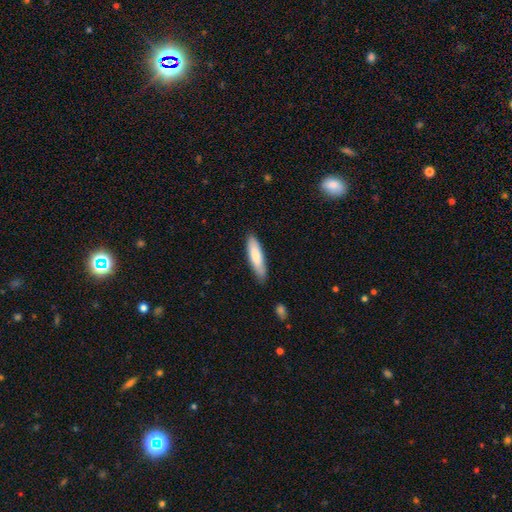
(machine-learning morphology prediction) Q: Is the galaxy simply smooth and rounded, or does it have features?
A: smooth — 79%.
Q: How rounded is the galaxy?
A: cigar-shaped — 71%.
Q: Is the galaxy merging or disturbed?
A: none — 83%.